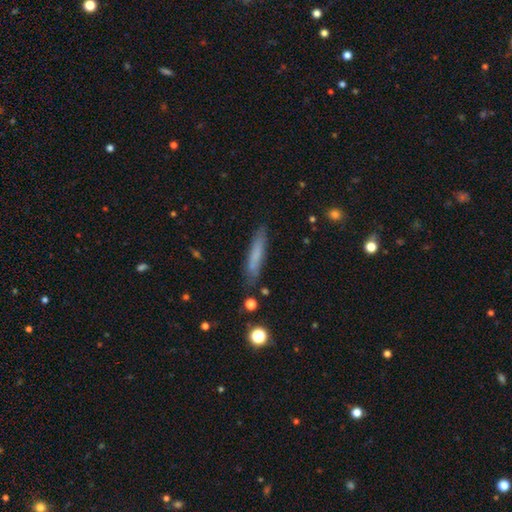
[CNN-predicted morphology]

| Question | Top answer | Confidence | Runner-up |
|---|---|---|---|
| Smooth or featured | smooth | 69% | featured or disk (23%) |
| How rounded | cigar-shaped | 90% | in between (8%) |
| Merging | none | 82% | minor disturbance (13%) |